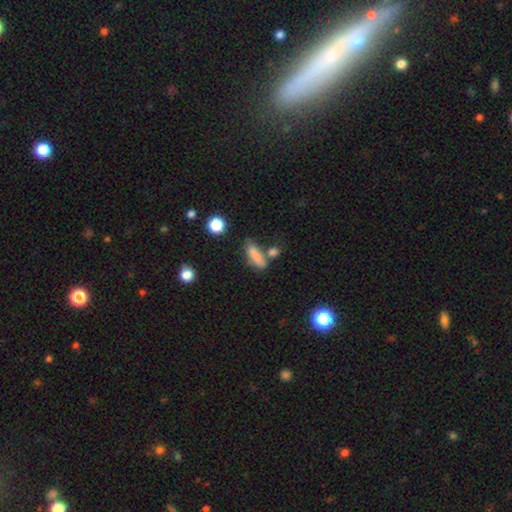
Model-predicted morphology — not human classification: Smooth or featured: smooth — 80% (featured or disk — 11%)
How rounded: cigar-shaped — 57% (in between — 39%)
Merging: none — 54% (merger — 20%)